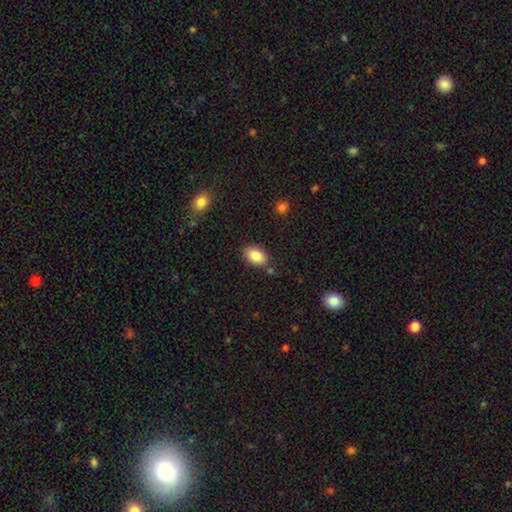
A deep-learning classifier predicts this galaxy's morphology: A smooth galaxy with no disk features (87%) that is in between round and cigar-shaped (91%). Merging: none (81%).